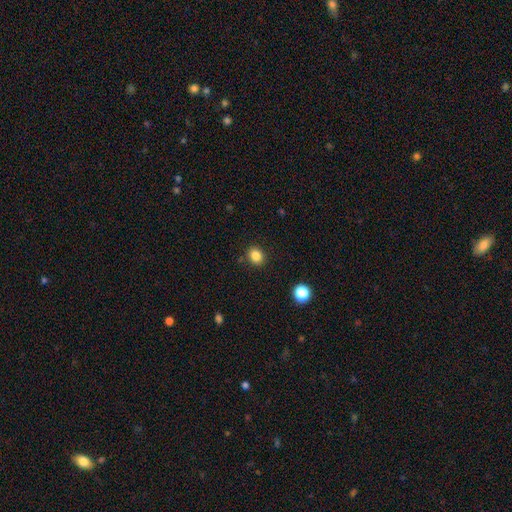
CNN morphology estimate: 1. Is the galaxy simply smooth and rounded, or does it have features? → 84% smooth, 11% star or artifact, 5% featured or disk.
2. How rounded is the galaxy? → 61% round, 38% in between, 1% cigar-shaped.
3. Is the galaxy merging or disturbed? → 87% none, 8% minor disturbance, 2% major disturbance, 2% merger.